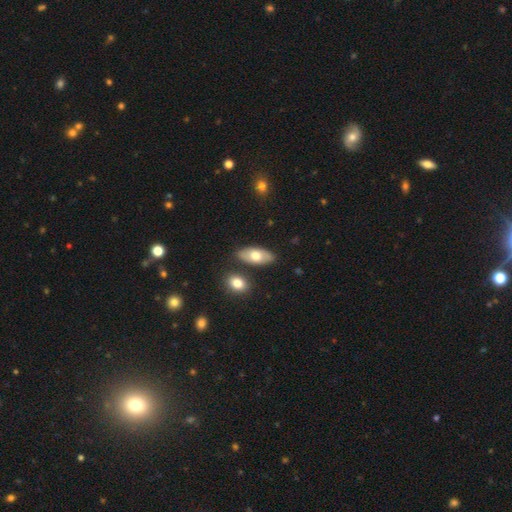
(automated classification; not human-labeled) A smooth galaxy with no disk features (68%) that is in between round and cigar-shaped (90%).

Vote fractions:
- Smooth or featured? smooth: 68% / featured or disk: 25% / star or artifact: 6%
- How rounded? in between: 90% / cigar-shaped: 7% / round: 3%
- Merging? none: 79% / minor disturbance: 11% / merger: 7% / major disturbance: 2%